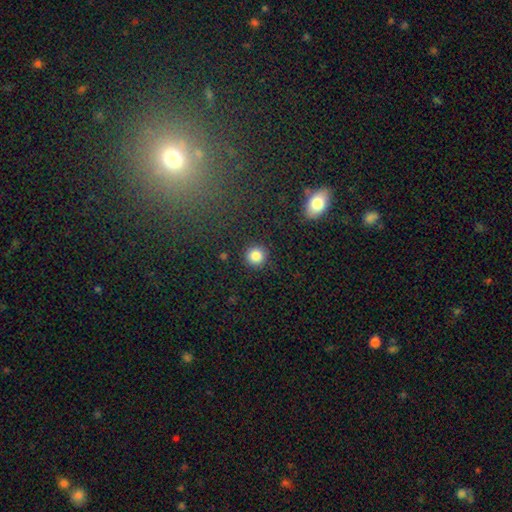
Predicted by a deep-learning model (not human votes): A smooth galaxy with no disk features (85%) that is round (94%).

Vote fractions:
- Smooth or featured? smooth: 85% / star or artifact: 10% / featured or disk: 5%
- How rounded? round: 94% / in between: 5% / cigar-shaped: 1%
- Merging? none: 90% / minor disturbance: 6% / major disturbance: 2% / merger: 1%